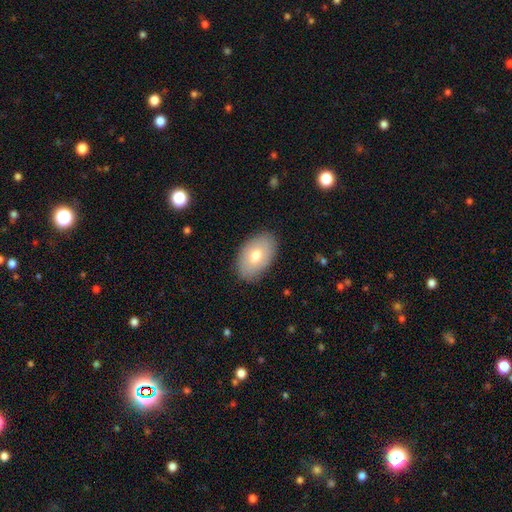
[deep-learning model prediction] Smooth or featured? smooth (72%)
How rounded? in between (91%)
Merging? none (86%)